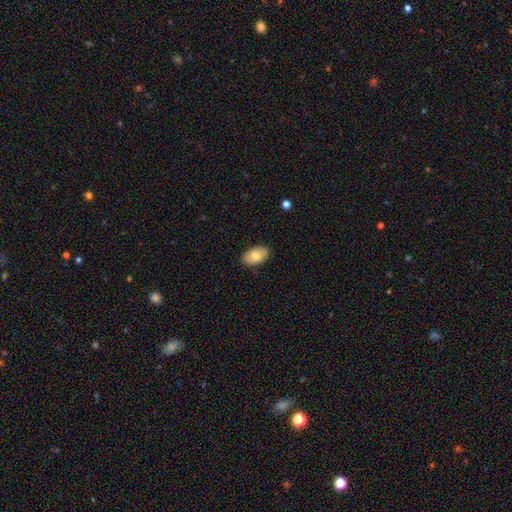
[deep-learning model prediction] The model was most divided on "smooth or featured": smooth: 80%, featured or disk: 14%, star or artifact: 6%. More confident: how rounded — in between (93%); merging — none (87%).